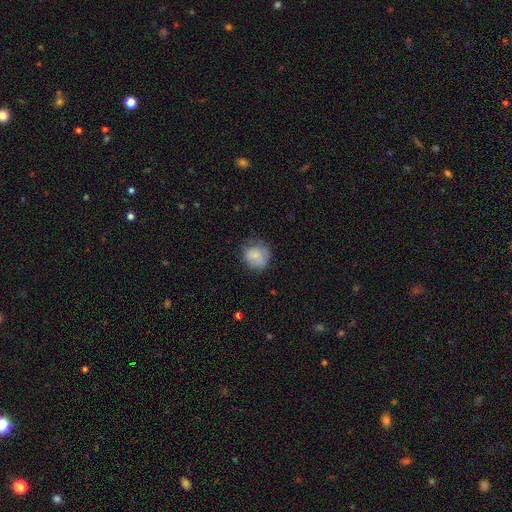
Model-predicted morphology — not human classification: Smooth or featured?
  - smooth: 79% *
  - featured or disk: 12%
  - star or artifact: 8%
How rounded?
  - round: 79% *
  - in between: 20%
  - cigar-shaped: 1%
Merging?
  - none: 61% *
  - minor disturbance: 27%
  - major disturbance: 11%
  - merger: 1%